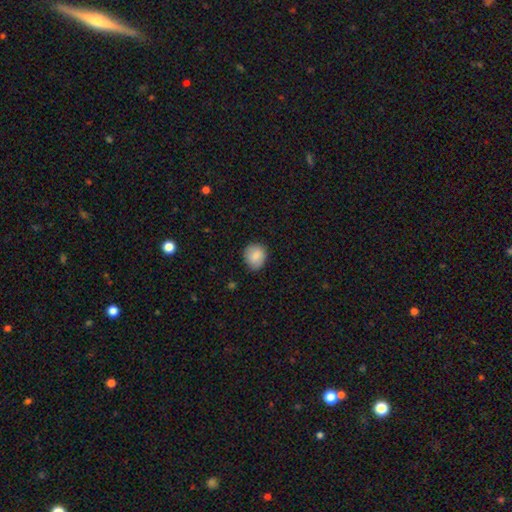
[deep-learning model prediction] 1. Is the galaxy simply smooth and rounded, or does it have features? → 86% smooth, 8% star or artifact, 7% featured or disk.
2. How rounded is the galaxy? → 78% round, 21% in between, 1% cigar-shaped.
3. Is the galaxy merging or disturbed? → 81% none, 15% minor disturbance, 3% major disturbance, 1% merger.